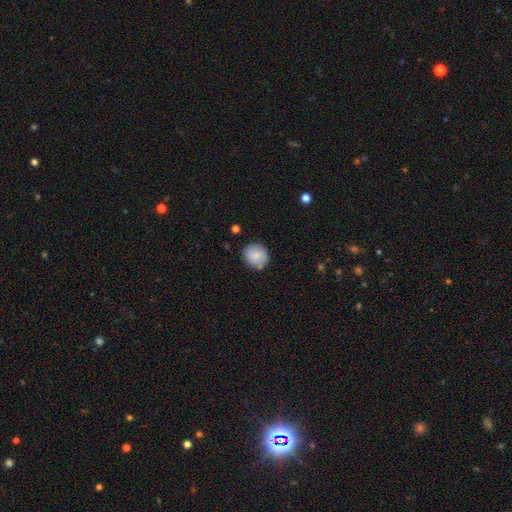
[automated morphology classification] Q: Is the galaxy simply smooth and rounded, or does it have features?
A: smooth — 81%.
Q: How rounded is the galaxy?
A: round — 86%.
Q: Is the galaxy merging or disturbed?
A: none — 79%.